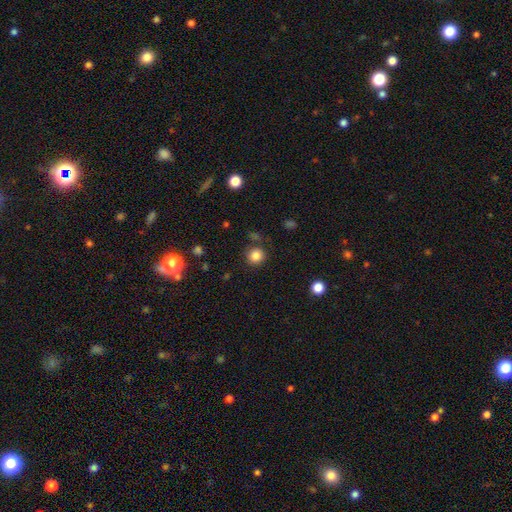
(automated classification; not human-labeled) A smooth galaxy with no disk features (83%) that is round (90%). Merging: none (83%).